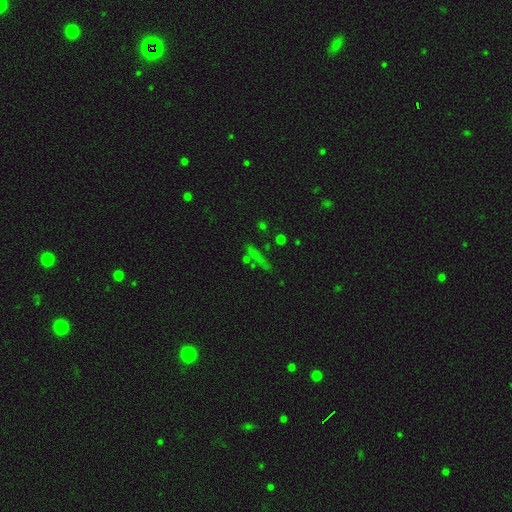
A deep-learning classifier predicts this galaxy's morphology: type=smooth (44%); merging=none (74%).